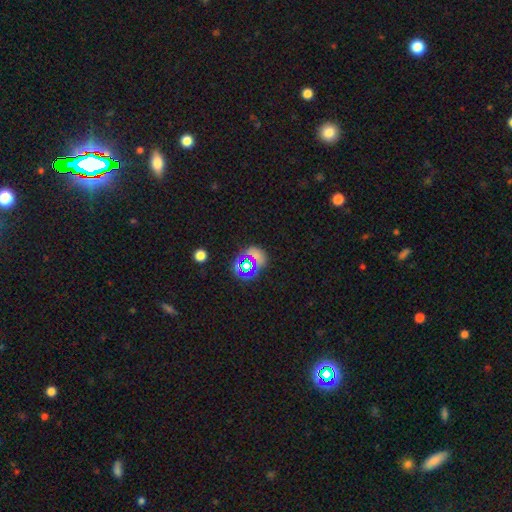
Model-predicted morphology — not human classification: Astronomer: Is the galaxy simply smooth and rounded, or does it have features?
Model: star or artifact — 44% (runner-up: smooth, 43%).